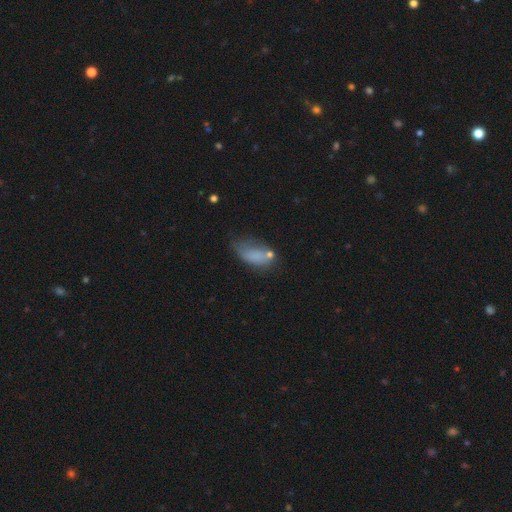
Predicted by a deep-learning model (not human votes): Smooth or featured? smooth (70%)
How rounded? in between (88%)
Merging? none (36%)